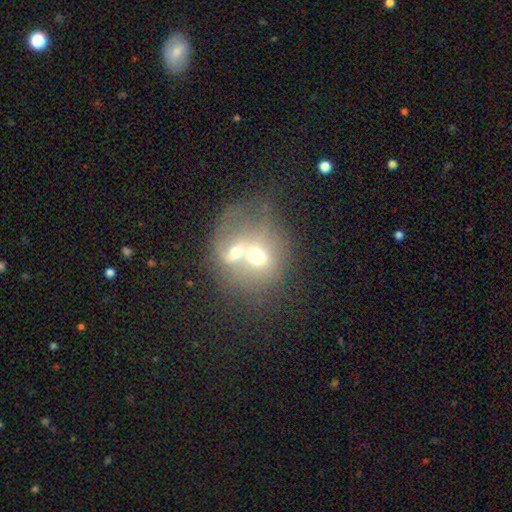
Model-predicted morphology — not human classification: This appears to be a smooth galaxy with no disk features (49%). Merging: merger (72%).